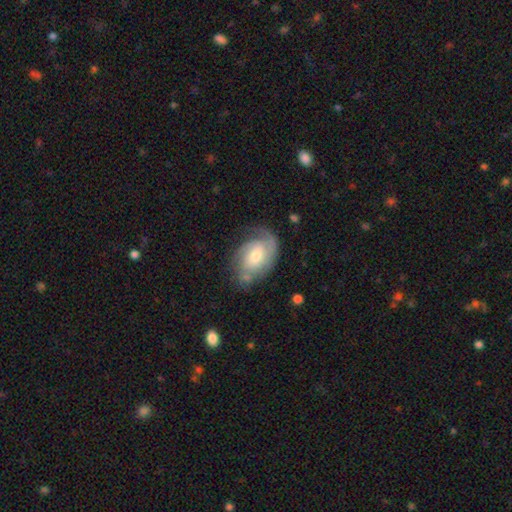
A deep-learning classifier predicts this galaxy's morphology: smooth_or_featured: featured or disk (p=0.72) [alt: smooth p=0.22]
disk_edge_on: no (p=0.96) [alt: yes p=0.04]
bar: no (p=0.60) [alt: weak p=0.33]
has_spiral_arms: yes (p=0.91) [alt: no p=0.09]
spiral_winding: tight (p=0.48) [alt: medium p=0.37]
spiral_arm_count: 2 (p=0.46) [alt: can't tell p=0.23]
bulge_size: moderate (p=0.52) [alt: small p=0.39]
merging: none (p=0.62) [alt: minor disturbance p=0.23]